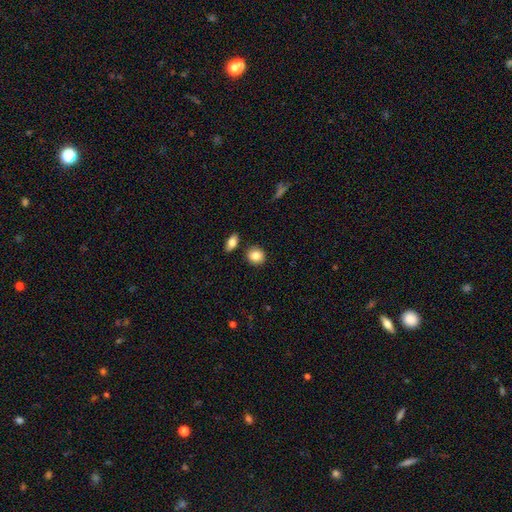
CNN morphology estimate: A smooth galaxy with no disk features (85%) that is round (78%).

Vote fractions:
- Smooth or featured? smooth: 85% / star or artifact: 8% / featured or disk: 7%
- How rounded? round: 78% / in between: 20% / cigar-shaped: 1%
- Merging? none: 85% / minor disturbance: 8% / merger: 5% / major disturbance: 2%